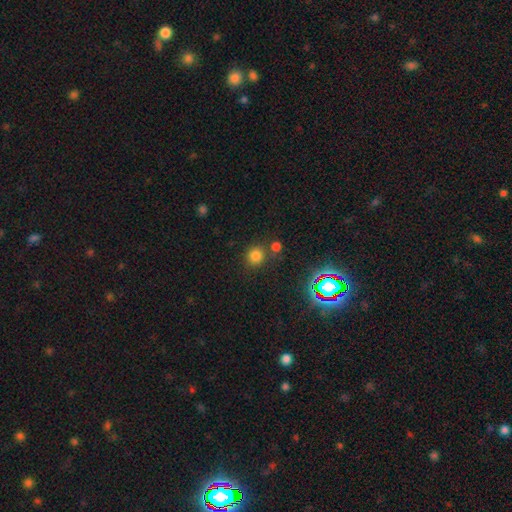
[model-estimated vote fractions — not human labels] smooth-or-featured: smooth: 75% | star or artifact: 20% | featured or disk: 5%
  how-rounded: round: 86% | in between: 13% | cigar-shaped: 1%
  merging: none: 73% | merger: 13% | minor disturbance: 9% | major disturbance: 4%